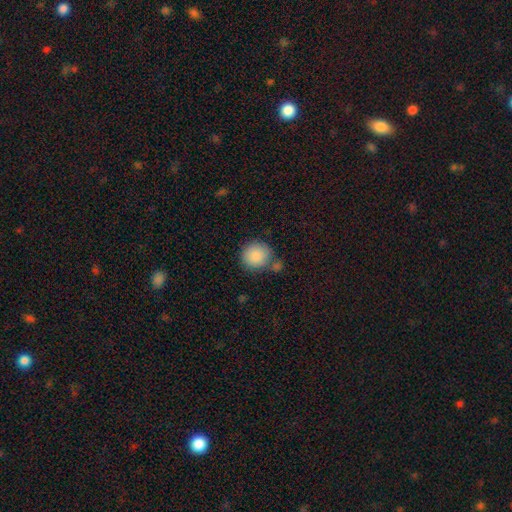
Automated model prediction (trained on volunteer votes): Smooth or featured?
  - smooth: 88% *
  - star or artifact: 7%
  - featured or disk: 5%
How rounded?
  - round: 89% *
  - in between: 10%
  - cigar-shaped: 1%
Merging?
  - none: 66% *
  - merger: 15%
  - minor disturbance: 14%
  - major disturbance: 5%